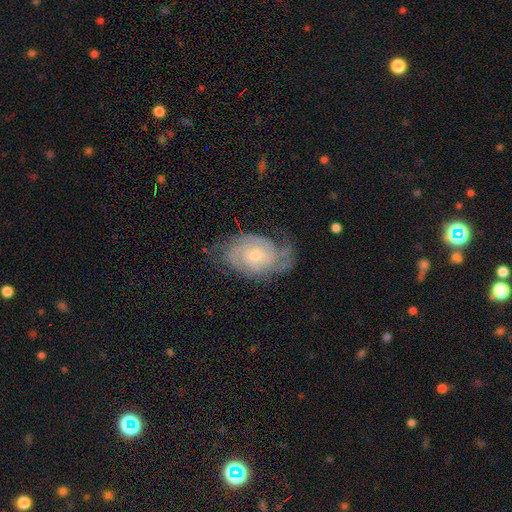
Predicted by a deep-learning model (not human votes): Smooth or featured: featured or disk — 86% (smooth — 9%)
Edge-on disk: no — 97% (yes — 3%)
Bar: no — 69% (weak — 26%)
Spiral arms: yes — 97% (no — 3%)
Spiral winding: tight — 64% (medium — 30%)
Spiral arm count: 2 — 48% (can't tell — 19%)
Bulge size: small — 59% (moderate — 35%)
Merging: none — 70% (minor disturbance — 21%)